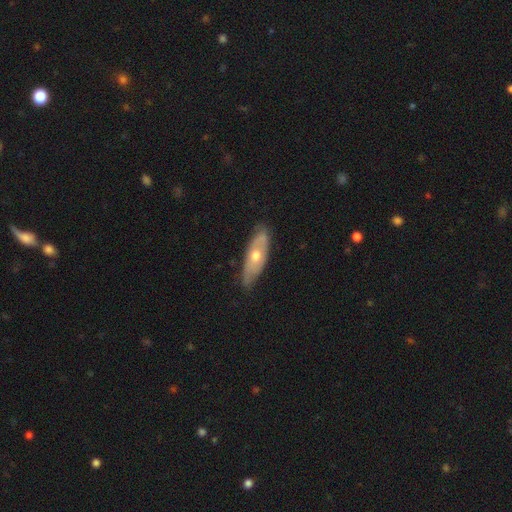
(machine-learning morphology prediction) Smooth or featured?
  - featured or disk: 55% *
  - smooth: 40%
  - star or artifact: 5%
Edge-on disk?
  - no: 66% *
  - yes: 34%
Merging?
  - none: 74% *
  - minor disturbance: 21%
  - major disturbance: 3%
  - merger: 1%